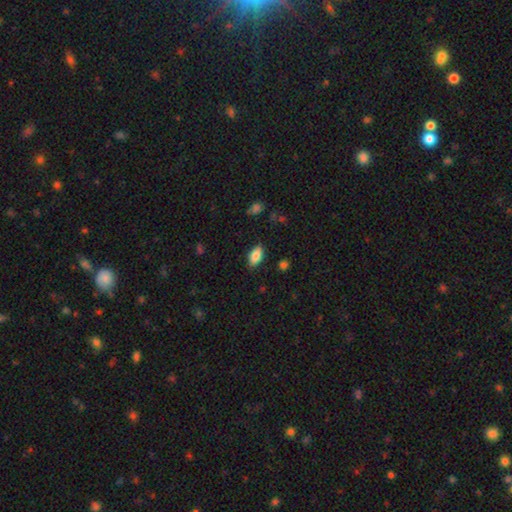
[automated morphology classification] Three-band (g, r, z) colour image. It shows a smooth galaxy with no disk features (84%) that is in between round and cigar-shaped (90%). Merging: none (85%).